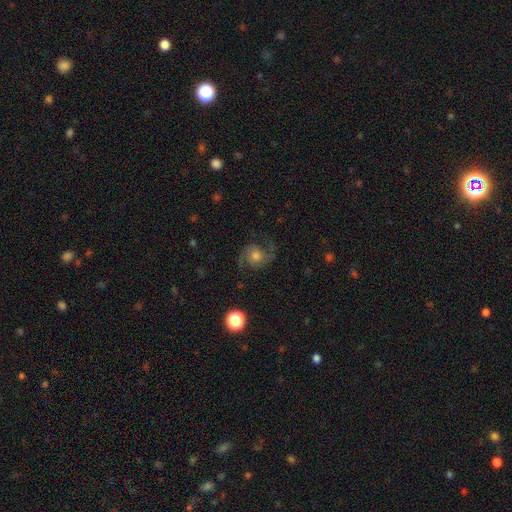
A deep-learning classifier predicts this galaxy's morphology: smooth_or_featured: featured or disk (p=0.81) [alt: smooth p=0.10]
disk_edge_on: no (p=0.98) [alt: yes p=0.02]
bar: no (p=0.73) [alt: weak p=0.23]
has_spiral_arms: yes (p=0.97) [alt: no p=0.03]
spiral_winding: medium (p=0.55) [alt: loose p=0.24]
spiral_arm_count: 2 (p=0.91) [alt: can't tell p=0.03]
bulge_size: moderate (p=0.57) [alt: small p=0.22]
merging: none (p=0.78) [alt: minor disturbance p=0.13]